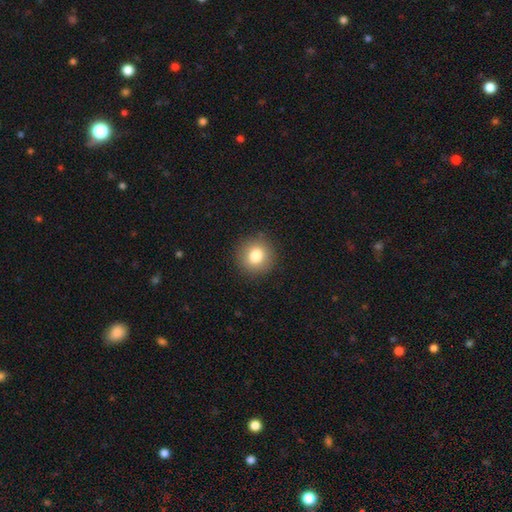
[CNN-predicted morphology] Smooth or featured? smooth (81%)
How rounded? round (92%)
Merging? none (91%)